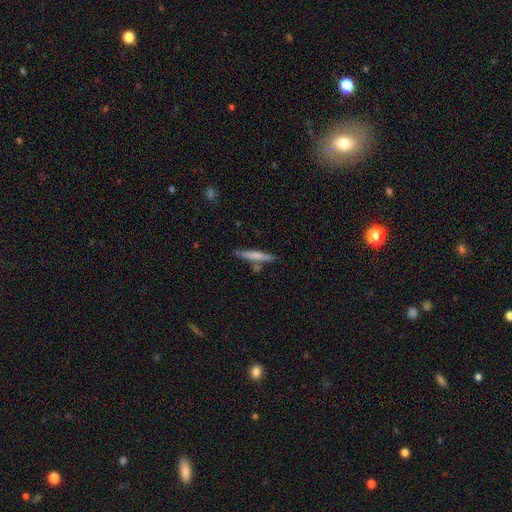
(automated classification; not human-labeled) Morphology: type=smooth (65%); roundness=cigar-shaped (92%); merging=none (76%).